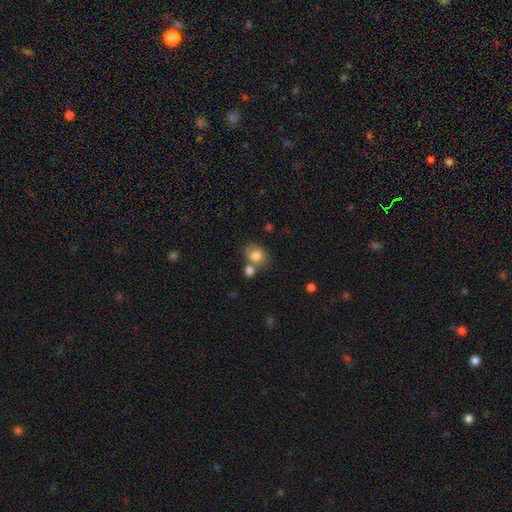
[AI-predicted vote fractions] A smooth galaxy with no disk features (81%) that is in between round and cigar-shaped (56%).

Vote fractions:
- Smooth or featured? smooth: 81% / featured or disk: 11% / star or artifact: 9%
- How rounded? in between: 56% / round: 43% / cigar-shaped: 1%
- Merging? none: 52% / merger: 28% / minor disturbance: 15% / major disturbance: 5%